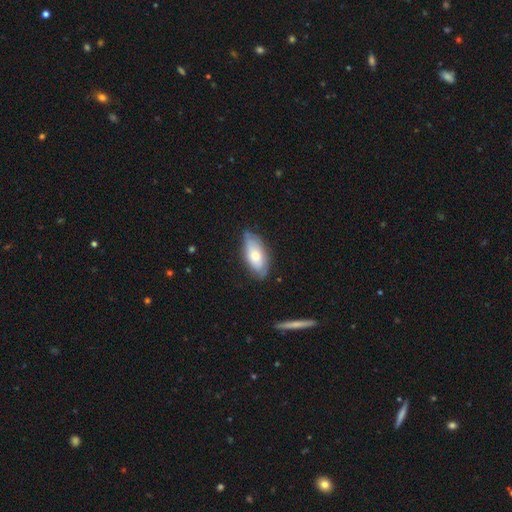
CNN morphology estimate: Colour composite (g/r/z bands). It shows a smooth galaxy with no disk features (60%) that is in between round and cigar-shaped (88%). Merging: none (71%).